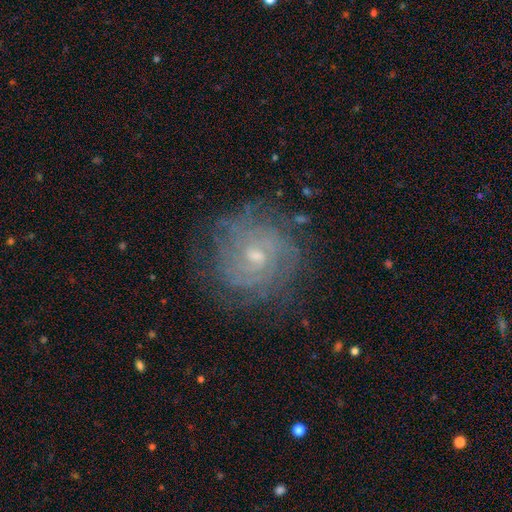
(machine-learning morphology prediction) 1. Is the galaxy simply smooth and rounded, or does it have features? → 76% featured or disk, 14% smooth, 10% star or artifact.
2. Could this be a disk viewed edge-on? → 97% no, 3% yes.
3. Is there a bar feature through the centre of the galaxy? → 54% no, 39% weak, 7% strong.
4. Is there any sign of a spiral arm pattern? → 89% yes, 11% no.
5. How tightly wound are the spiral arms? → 72% tight, 22% medium, 6% loose.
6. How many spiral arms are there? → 51% can't tell, 13% 2, 12% 3, 11% 4, 7% more than 4, 5% 1.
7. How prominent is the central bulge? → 54% small, 41% moderate, 2% none, 2% large, 1% dominant.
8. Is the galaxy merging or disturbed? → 76% none, 15% minor disturbance, 7% major disturbance, 1% merger.